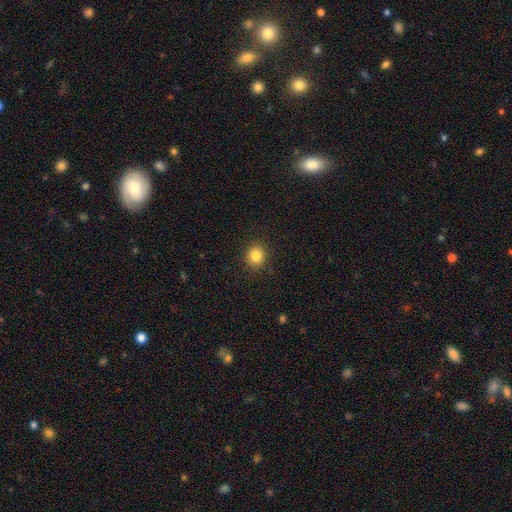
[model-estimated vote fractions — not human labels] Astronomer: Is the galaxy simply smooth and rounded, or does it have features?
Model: smooth — 84%.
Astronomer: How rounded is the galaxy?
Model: round — 81%.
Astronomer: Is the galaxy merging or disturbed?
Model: none — 90%.